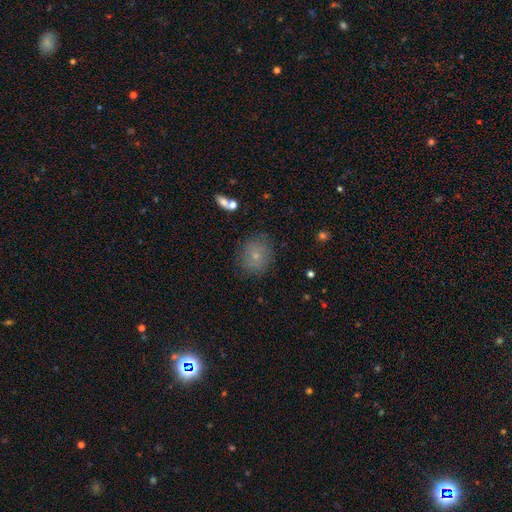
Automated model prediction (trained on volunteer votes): The model was most divided on "how rounded": round: 72%, in between: 27%, cigar-shaped: 1%. More confident: merging — none (81%); smooth or featured — smooth (71%).